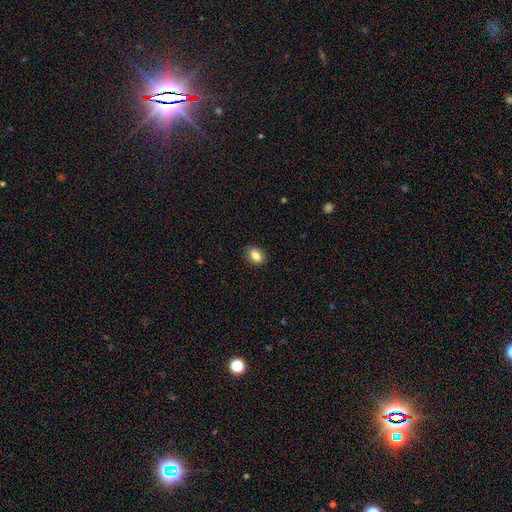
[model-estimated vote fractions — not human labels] The model was most divided on "how rounded": in between: 78%, round: 21%, cigar-shaped: 2%. More confident: merging — none (86%); smooth or featured — smooth (83%).